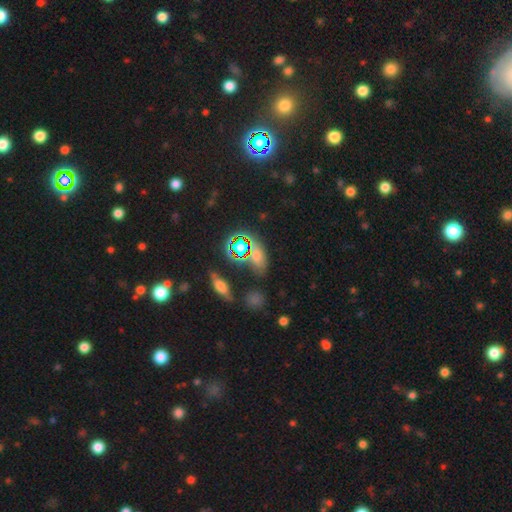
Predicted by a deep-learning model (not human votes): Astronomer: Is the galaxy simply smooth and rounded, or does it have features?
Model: star or artifact — 48% (runner-up: smooth, 39%).